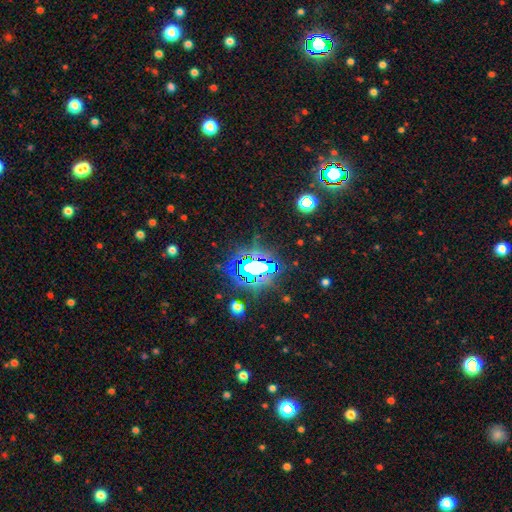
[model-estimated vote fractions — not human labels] Smooth or featured?
  - star or artifact: 69% *
  - smooth: 18%
  - featured or disk: 12%